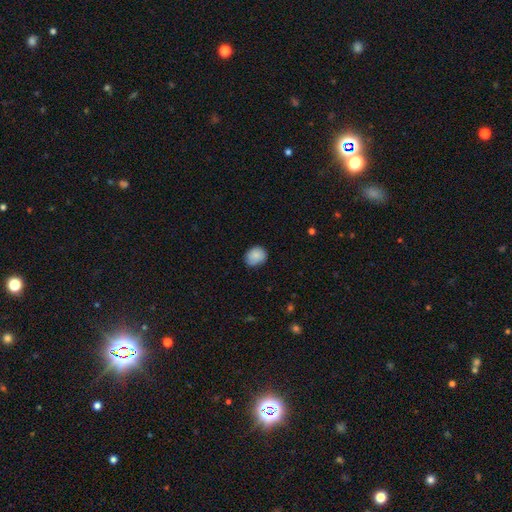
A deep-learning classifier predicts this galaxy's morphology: Q: Smooth or featured?
A: smooth (86%); runner-up: star or artifact (8%)
Q: How rounded?
A: round (61%); runner-up: in between (38%)
Q: Merging?
A: none (78%); runner-up: minor disturbance (19%)